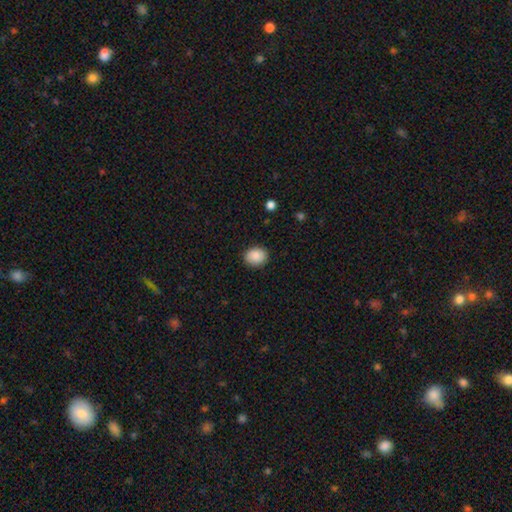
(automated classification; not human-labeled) Smooth or featured? smooth (89%)
How rounded? round (55%)
Merging? none (88%)